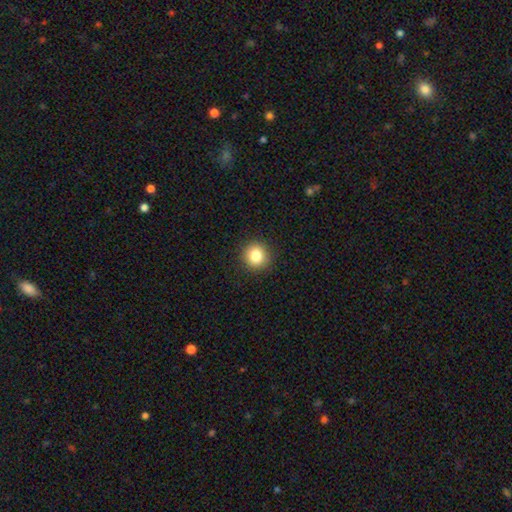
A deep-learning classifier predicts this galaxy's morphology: The model was most divided on "smooth or featured": smooth: 83%, star or artifact: 10%, featured or disk: 6%. More confident: merging — none (91%); how rounded — round (90%).